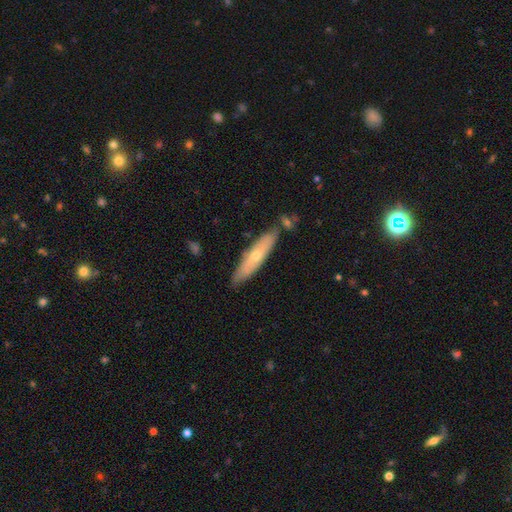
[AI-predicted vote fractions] This is possibly a featured or disk galaxy (49%). Merging: likely none (78%).